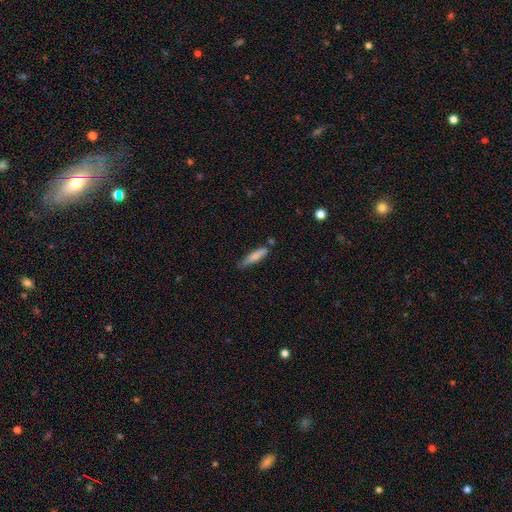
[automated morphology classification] Smooth or featured?
  - smooth: 77% *
  - featured or disk: 17%
  - star or artifact: 6%
How rounded?
  - cigar-shaped: 83% *
  - in between: 15%
  - round: 1%
Merging?
  - none: 66% *
  - minor disturbance: 23%
  - merger: 6%
  - major disturbance: 5%